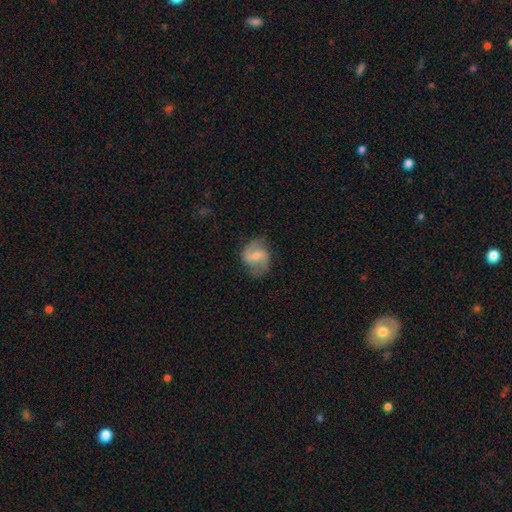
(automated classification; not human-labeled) A featured or disk galaxy (74%) with a weak bar (55%), 2 (90%) medium (44%, tied with loose) spiral arms (93%) and a small central bulge (46%). Merging: none (72%).